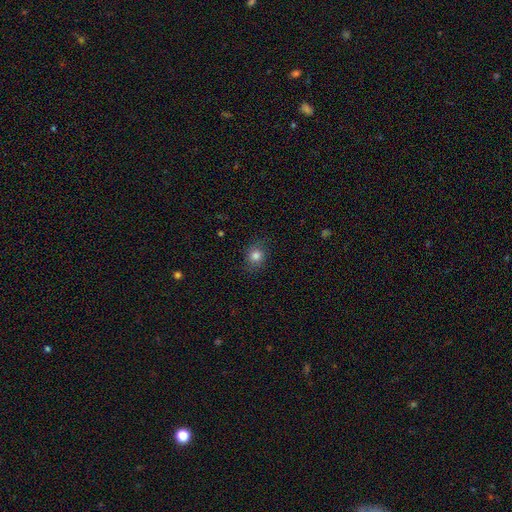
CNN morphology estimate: Q: Smooth or featured?
A: smooth (81%); runner-up: star or artifact (12%)
Q: How rounded?
A: round (74%); runner-up: in between (25%)
Q: Merging?
A: none (82%); runner-up: minor disturbance (13%)